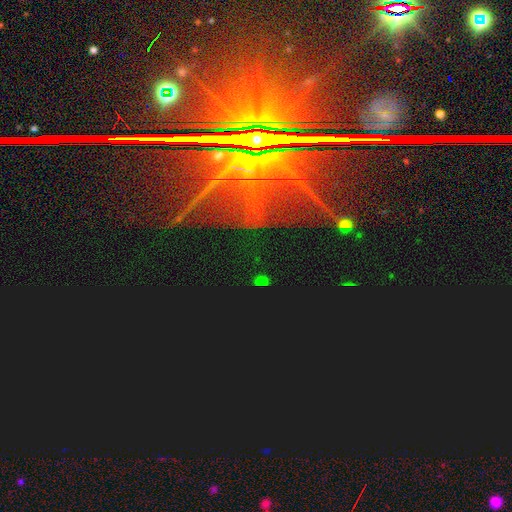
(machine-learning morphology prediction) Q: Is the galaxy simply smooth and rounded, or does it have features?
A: star or artifact — 81%.